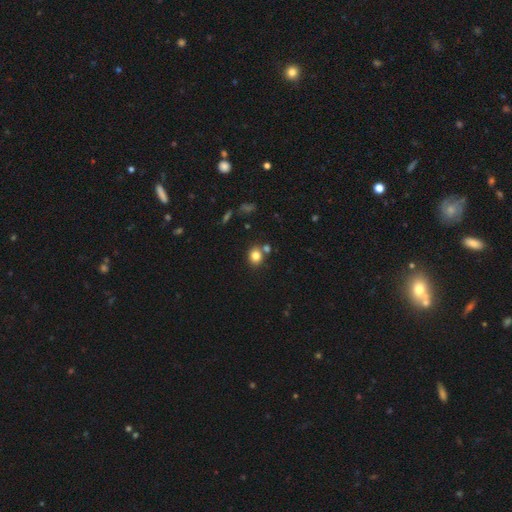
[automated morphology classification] smooth_or_featured: smooth (p=0.81) [alt: star or artifact p=0.12]
how_rounded: round (p=0.65) [alt: in between p=0.34]
merging: none (p=0.70) [alt: merger p=0.16]